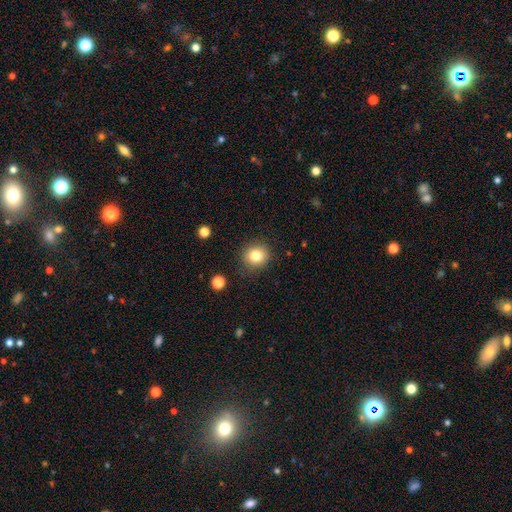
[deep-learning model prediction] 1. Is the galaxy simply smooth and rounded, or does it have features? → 81% smooth, 11% star or artifact, 7% featured or disk.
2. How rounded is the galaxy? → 85% round, 14% in between, 1% cigar-shaped.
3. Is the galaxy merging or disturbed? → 87% none, 9% minor disturbance, 3% major disturbance, 1% merger.